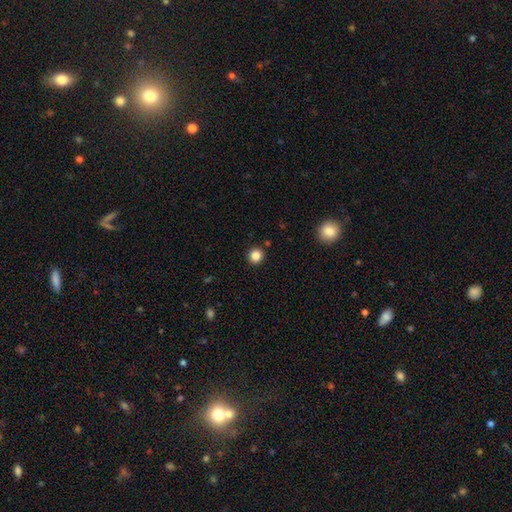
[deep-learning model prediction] The model was most divided on "smooth or featured": smooth: 85%, star or artifact: 11%, featured or disk: 4%. More confident: how rounded — round (92%); merging — none (91%).